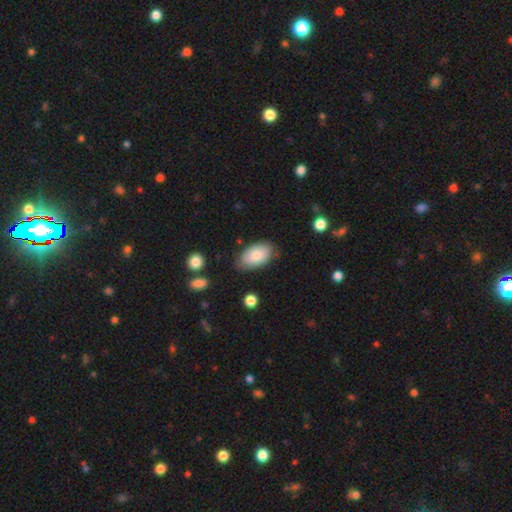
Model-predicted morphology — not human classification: This is likely a smooth galaxy (78%). How rounded: clearly in between (93%). Merging: likely none (74%).